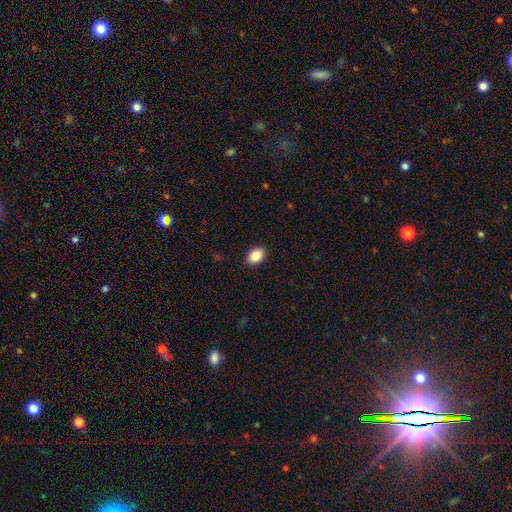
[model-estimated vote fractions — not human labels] Smooth or featured? Predicted: smooth (p=0.87). How rounded? Predicted: in between (p=0.78). Merging? Predicted: none (p=0.90).